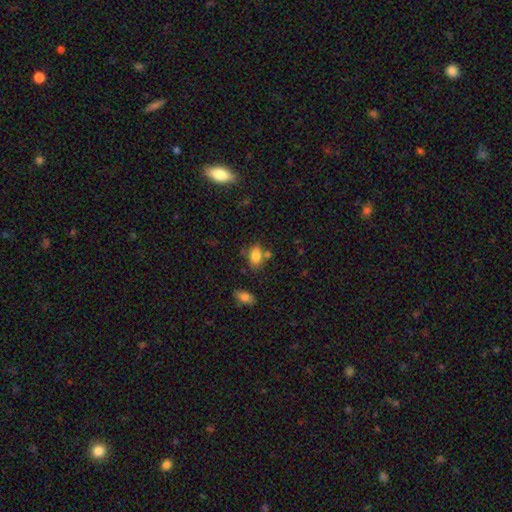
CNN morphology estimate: smooth_or_featured: smooth (p=0.83) [alt: star or artifact p=0.10]
how_rounded: in between (p=0.86) [alt: round p=0.12]
merging: none (p=0.62) [alt: minor disturbance p=0.17]